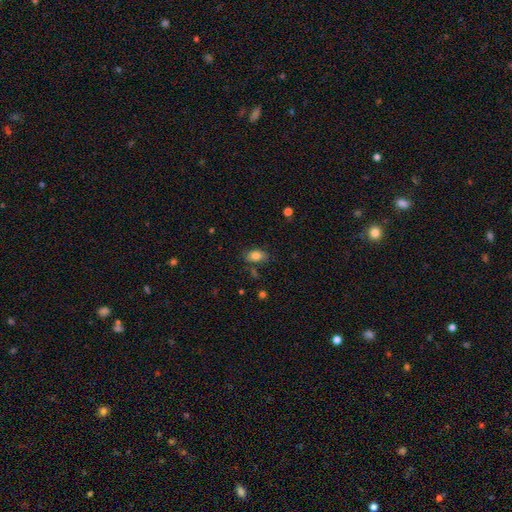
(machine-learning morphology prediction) This is clearly a smooth galaxy (82%). How rounded: clearly in between (87%). Merging: likely none (76%).